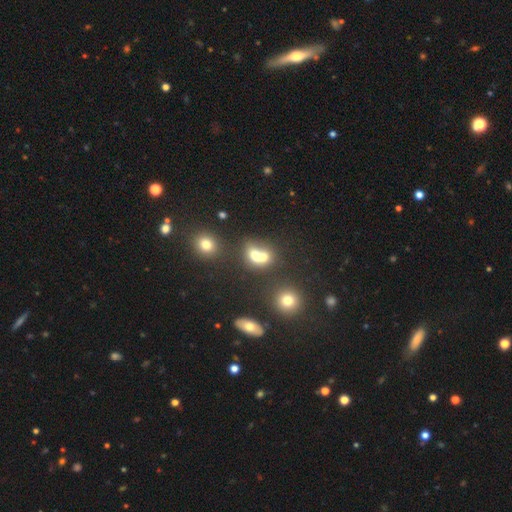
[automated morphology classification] smooth_or_featured: smooth (p=0.69) [alt: featured or disk p=0.17]
how_rounded: round (p=0.56) [alt: in between p=0.42]
merging: merger (p=0.60) [alt: none p=0.28]